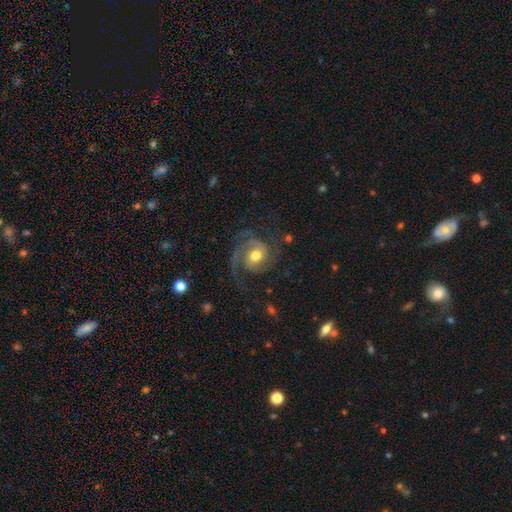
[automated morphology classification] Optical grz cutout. It shows a featured or disk galaxy (88%) with no bar (63%), 2 (64%) medium (49%) spiral arms (97%) and a moderate central bulge (72%). Merging: none (67%).